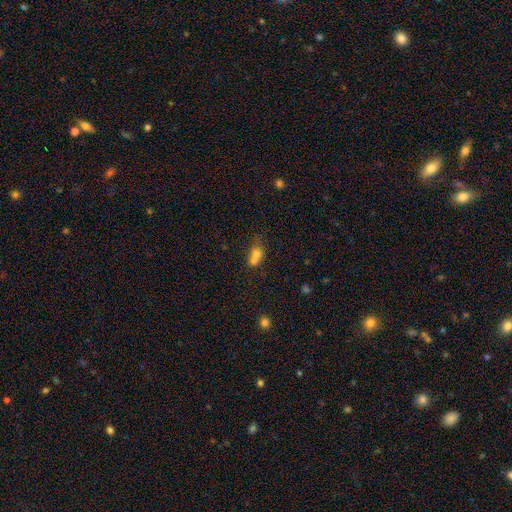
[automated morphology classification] type=smooth (70%); roundness=in between (58%); merging=merger (58%).